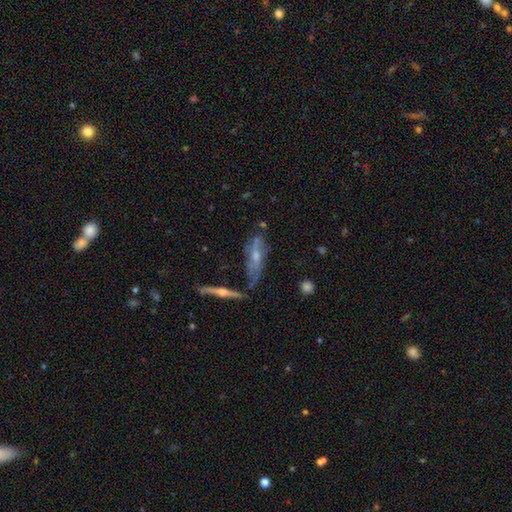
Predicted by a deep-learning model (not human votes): This is likely a featured or disk galaxy (67%). It is possibly viewed edge-on (53%). Merging: possibly none (49%).